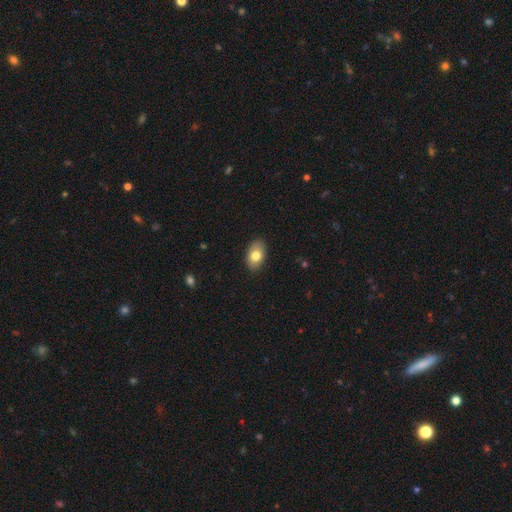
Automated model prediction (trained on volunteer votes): Smooth or featured? smooth (77%)
How rounded? in between (90%)
Merging? none (86%)